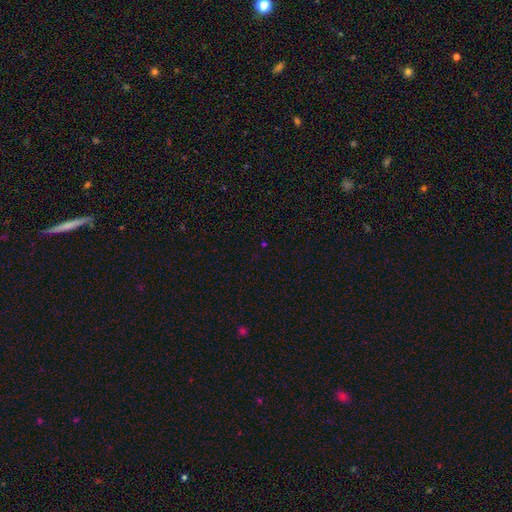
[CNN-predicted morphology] This is likely a star or artifact rather than a galaxy (66%).